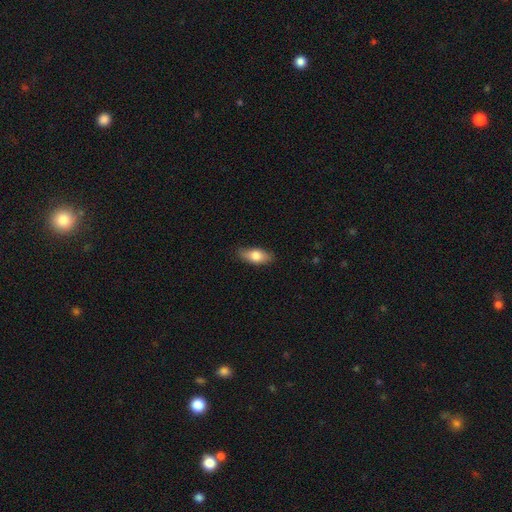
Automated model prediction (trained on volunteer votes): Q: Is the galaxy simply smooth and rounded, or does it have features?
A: smooth — 76%.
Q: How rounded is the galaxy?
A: in between — 81%.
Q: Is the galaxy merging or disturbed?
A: none — 84%.